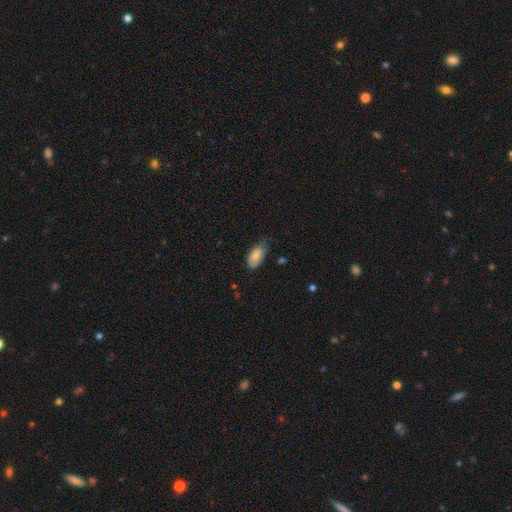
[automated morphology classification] A smooth galaxy with no disk features (81%) that is in between round and cigar-shaped (92%). Merging: none (51%).